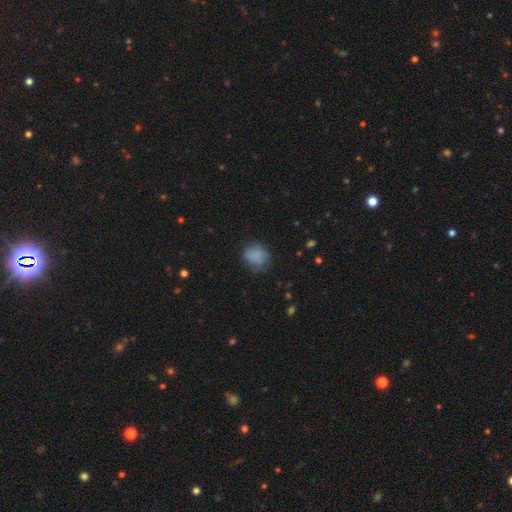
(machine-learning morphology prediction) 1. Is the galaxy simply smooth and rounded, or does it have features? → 82% smooth, 10% star or artifact, 8% featured or disk.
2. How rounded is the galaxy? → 70% round, 29% in between, 1% cigar-shaped.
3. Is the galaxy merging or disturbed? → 69% none, 22% minor disturbance, 8% major disturbance, 2% merger.